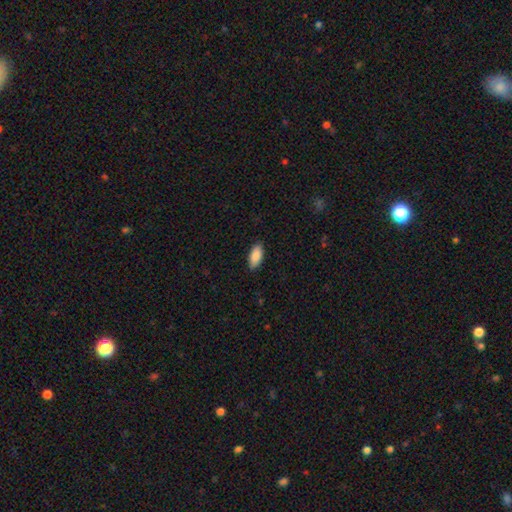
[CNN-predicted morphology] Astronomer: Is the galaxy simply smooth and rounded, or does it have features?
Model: smooth — 89%.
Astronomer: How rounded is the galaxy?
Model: in between — 90%.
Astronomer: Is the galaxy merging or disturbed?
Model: none — 87%.